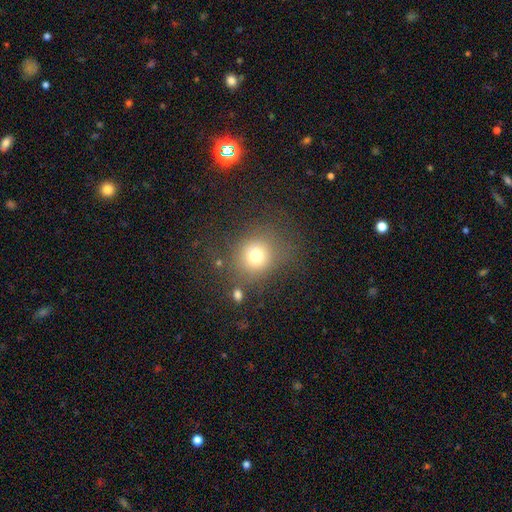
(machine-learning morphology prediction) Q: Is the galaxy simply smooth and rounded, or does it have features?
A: smooth — 72%.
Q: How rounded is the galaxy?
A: round — 81%.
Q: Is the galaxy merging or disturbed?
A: none — 74%.